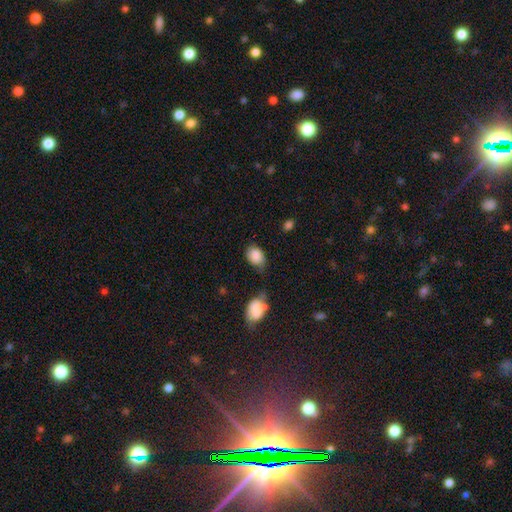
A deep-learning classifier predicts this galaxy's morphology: smooth 85%, star or artifact 8%, featured or disk 7%. Down the decision tree: how rounded — in between (72%); merging — none (51%).